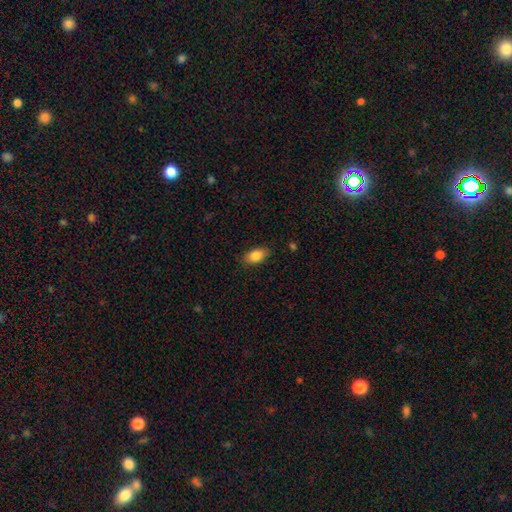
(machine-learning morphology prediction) Smooth or featured?
  - smooth: 85% *
  - featured or disk: 8%
  - star or artifact: 7%
How rounded?
  - in between: 89% *
  - round: 7%
  - cigar-shaped: 4%
Merging?
  - none: 85% *
  - minor disturbance: 11%
  - major disturbance: 3%
  - merger: 1%